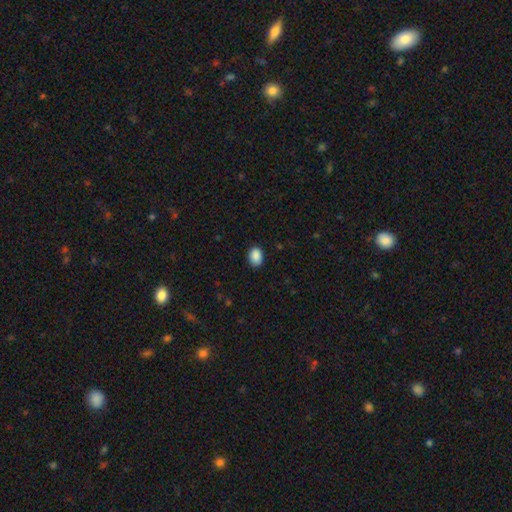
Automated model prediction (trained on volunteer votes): A smooth galaxy with no disk features (89%) that is in between round and cigar-shaped (75%).

Vote fractions:
- Smooth or featured? smooth: 89% / star or artifact: 8% / featured or disk: 3%
- How rounded? in between: 75% / round: 24% / cigar-shaped: 1%
- Merging? none: 86% / minor disturbance: 11% / major disturbance: 2% / merger: 1%